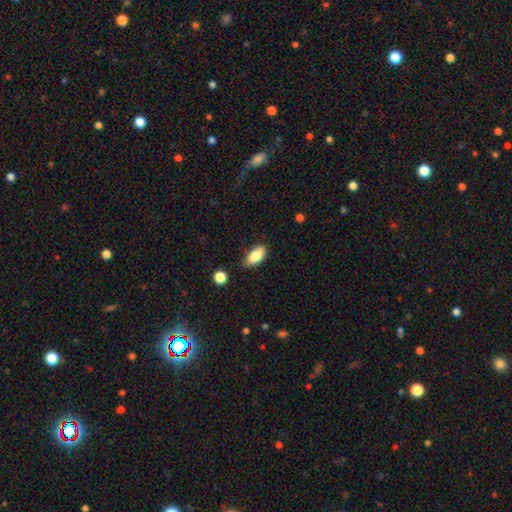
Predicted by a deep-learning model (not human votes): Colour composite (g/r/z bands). It shows a smooth galaxy with no disk features (84%) that is in between round and cigar-shaped (91%). Merging: none (74%).